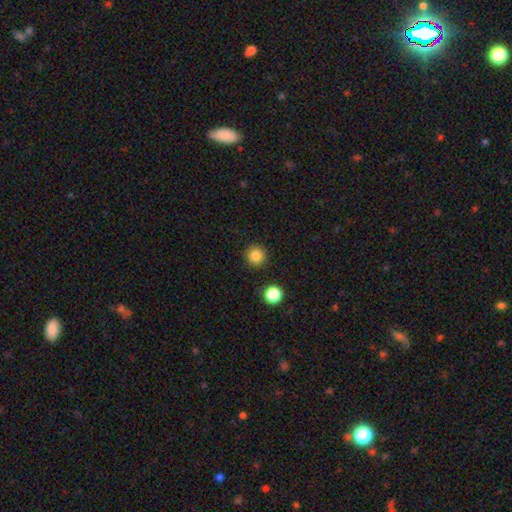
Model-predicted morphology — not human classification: A smooth galaxy with no disk features (84%) that is round (95%).

Vote fractions:
- Smooth or featured? smooth: 84% / star or artifact: 11% / featured or disk: 5%
- How rounded? round: 95% / in between: 4% / cigar-shaped: 1%
- Merging? none: 90% / minor disturbance: 6% / major disturbance: 2% / merger: 2%